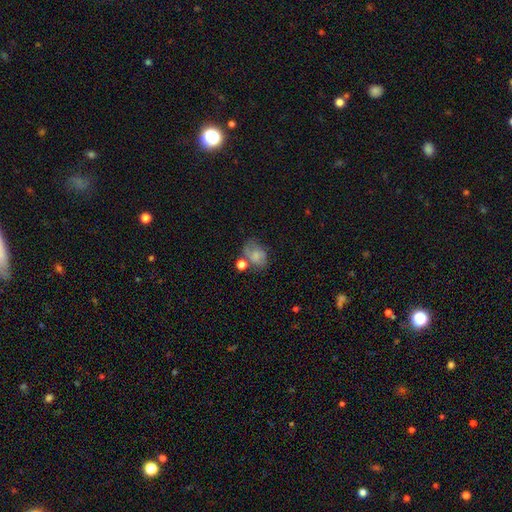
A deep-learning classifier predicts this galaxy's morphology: A smooth galaxy with no disk features (61%) that is in between round and cigar-shaped (67%).

Vote fractions:
- Smooth or featured? smooth: 61% / featured or disk: 27% / star or artifact: 12%
- How rounded? in between: 67% / round: 32% / cigar-shaped: 1%
- Merging? none: 40% / minor disturbance: 26% / major disturbance: 18% / merger: 16%